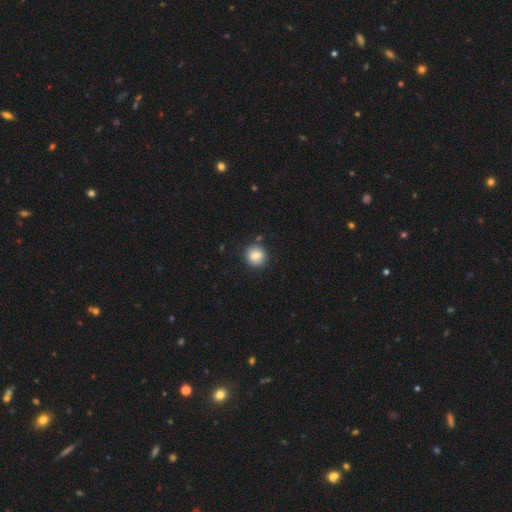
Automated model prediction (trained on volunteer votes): Smooth or featured?
  - smooth: 82% *
  - star or artifact: 9%
  - featured or disk: 9%
How rounded?
  - round: 90% *
  - in between: 9%
  - cigar-shaped: 1%
Merging?
  - none: 88% *
  - minor disturbance: 8%
  - merger: 3%
  - major disturbance: 2%